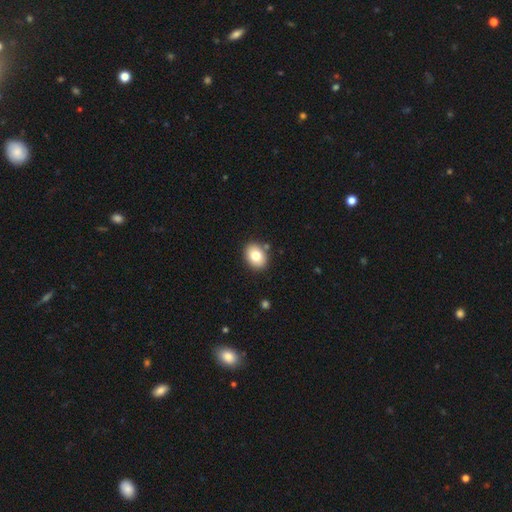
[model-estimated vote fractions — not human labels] Smooth or featured?
  - smooth: 79% *
  - featured or disk: 12%
  - star or artifact: 9%
How rounded?
  - in between: 63% *
  - round: 37%
  - cigar-shaped: 1%
Merging?
  - none: 85% *
  - minor disturbance: 9%
  - merger: 4%
  - major disturbance: 2%